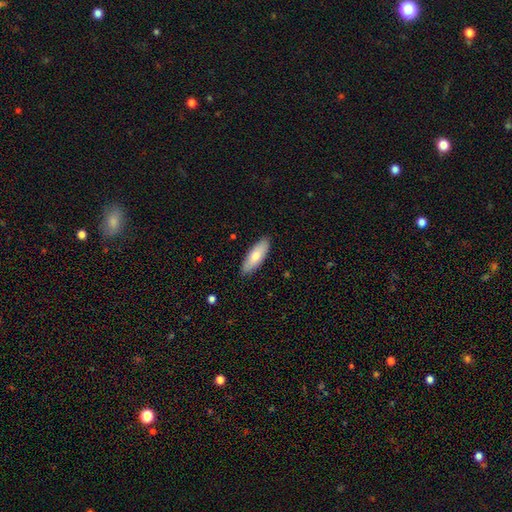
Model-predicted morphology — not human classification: A smooth galaxy with no disk features (72%) that is in between round and cigar-shaped (67%). Merging: none (88%).